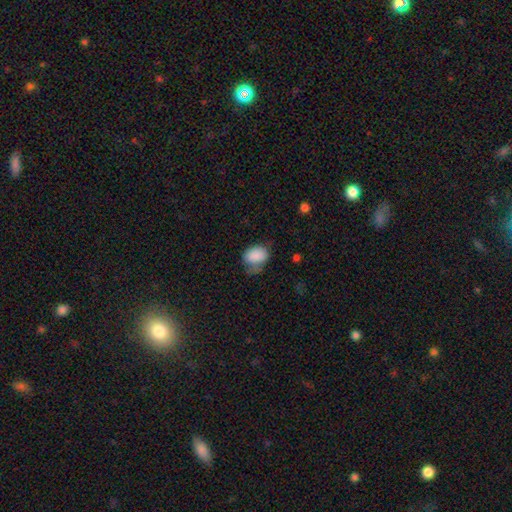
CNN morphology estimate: smooth_or_featured: smooth (p=0.85) [alt: star or artifact p=0.08]
how_rounded: in between (p=0.76) [alt: round p=0.23]
merging: none (p=0.41) [alt: minor disturbance p=0.36]